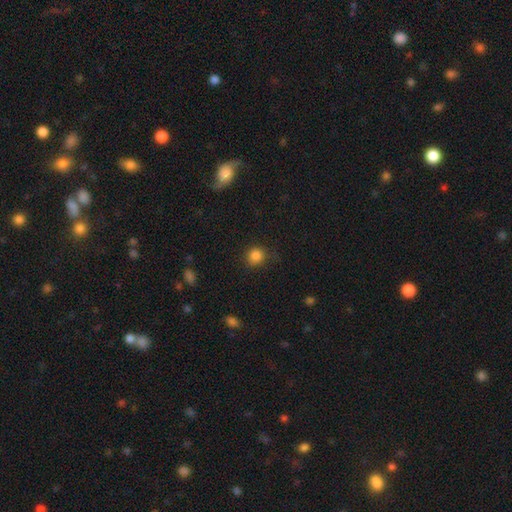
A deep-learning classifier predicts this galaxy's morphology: smooth 84%, star or artifact 12%, featured or disk 4%. Down the decision tree: how rounded — round (86%); merging — none (78%).